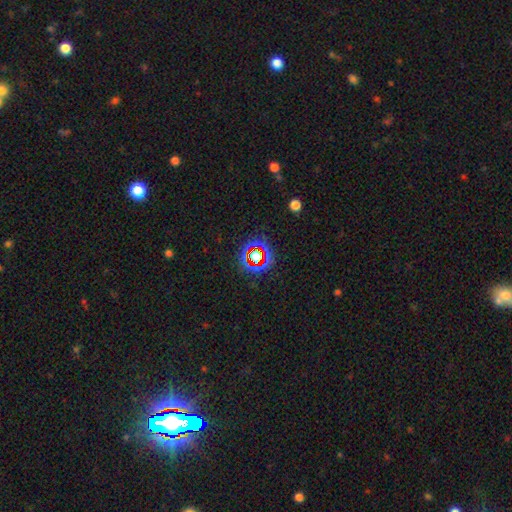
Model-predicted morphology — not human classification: This appears to be a star or artifact, not a galaxy (72%).